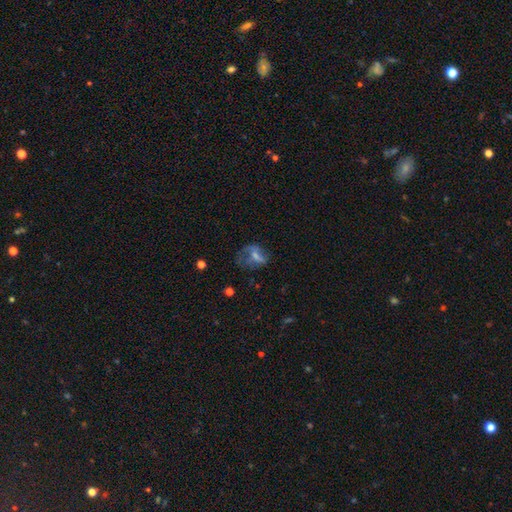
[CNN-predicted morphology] A featured or disk galaxy (56%) with no bar (42%), spiral arms (58%) and a small central bulge (42%).

Vote fractions:
- Smooth or featured? featured or disk: 56% / smooth: 29% / star or artifact: 15%
- Edge-on disk? no: 95% / yes: 5%
- Bar? no: 42% / weak: 41% / strong: 17%
- Spiral arms? yes: 58% / no: 42%
- Bulge size? small: 42% / moderate: 34% / none: 19% / large: 4% / dominant: 1%
- Merging? none: 42% / major disturbance: 33% / minor disturbance: 22% / merger: 3%